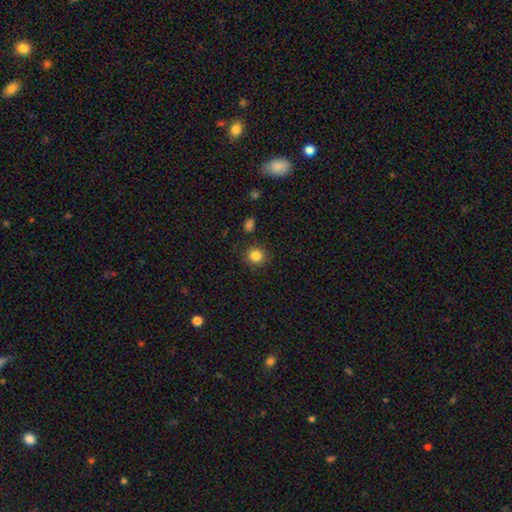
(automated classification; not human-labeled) Smooth or featured? Predicted: smooth (p=0.84). How rounded? Predicted: round (p=0.89). Merging? Predicted: none (p=0.87).